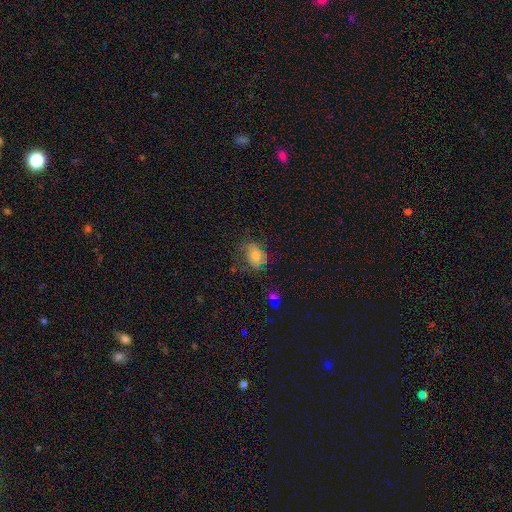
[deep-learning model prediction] Morphology: type=smooth (66%); roundness=in between (60%); merging=none (59%).